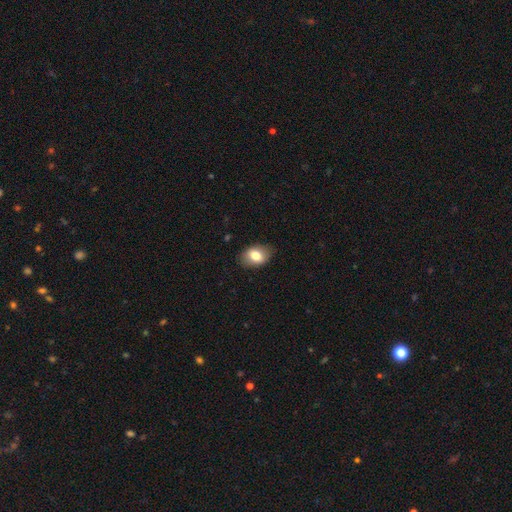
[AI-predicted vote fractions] Smooth or featured?
  - smooth: 77% *
  - featured or disk: 15%
  - star or artifact: 8%
How rounded?
  - in between: 80% *
  - round: 19%
  - cigar-shaped: 1%
Merging?
  - none: 83% *
  - minor disturbance: 13%
  - major disturbance: 3%
  - merger: 1%